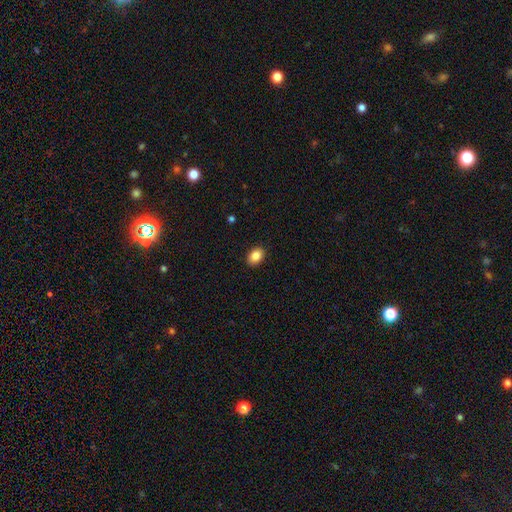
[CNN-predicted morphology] smooth 87%, star or artifact 8%, featured or disk 4%. Down the decision tree: how rounded — in between (76%); merging — none (89%).